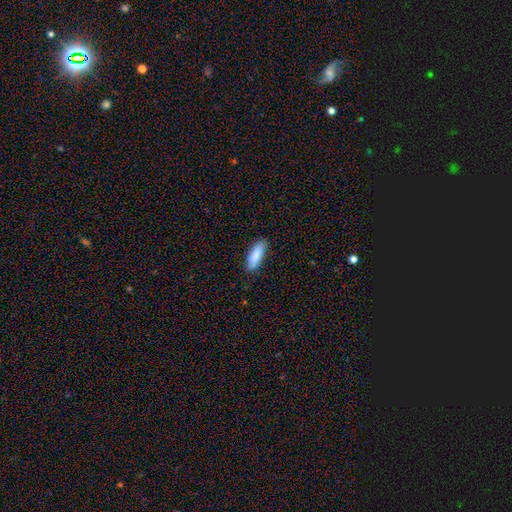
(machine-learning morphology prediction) A smooth galaxy with no disk features (86%) that is in between round and cigar-shaped (60%).

Vote fractions:
- Smooth or featured? smooth: 86% / featured or disk: 8% / star or artifact: 6%
- How rounded? in between: 60% / cigar-shaped: 38% / round: 2%
- Merging? none: 84% / minor disturbance: 13% / major disturbance: 2% / merger: 1%